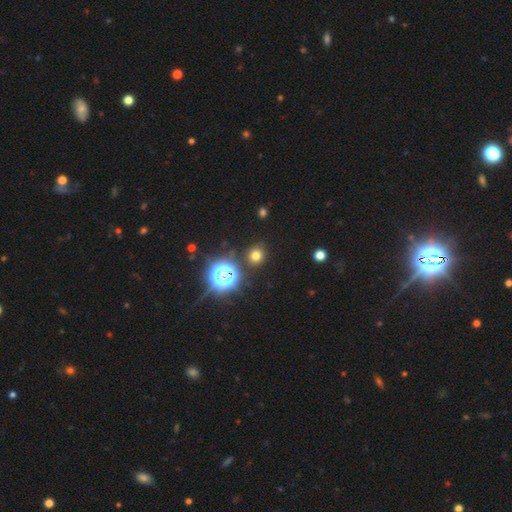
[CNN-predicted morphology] smooth_or_featured: smooth (p=0.68) [alt: star or artifact p=0.26]
how_rounded: round (p=0.90) [alt: in between p=0.09]
merging: none (p=0.88) [alt: minor disturbance p=0.06]